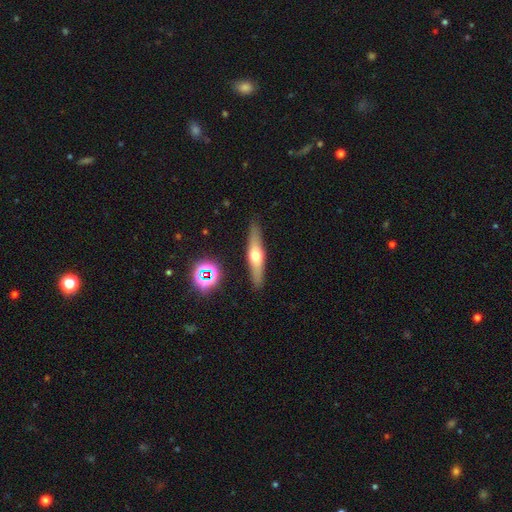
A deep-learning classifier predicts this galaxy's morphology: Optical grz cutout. It shows a featured or disk galaxy (53%) viewed edge-on (91%). Merging: none (89%).